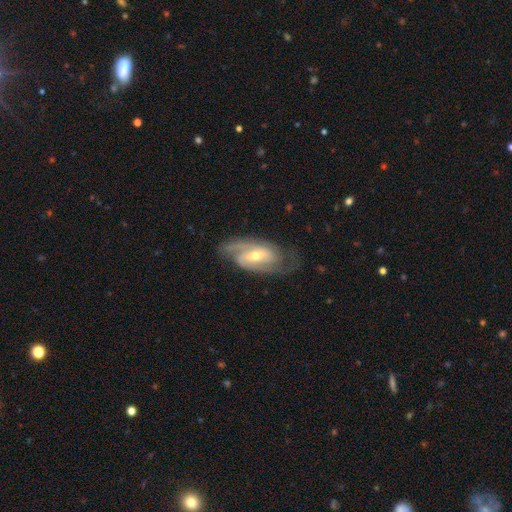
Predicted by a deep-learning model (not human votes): A featured or disk galaxy (87%) with a weak bar (41%), 2 (70%) medium (46%) spiral arms (96%) and a moderate central bulge (48%, tied with small). Merging: none (72%).